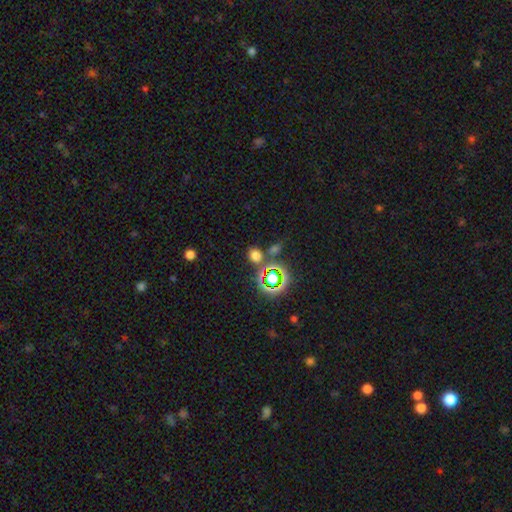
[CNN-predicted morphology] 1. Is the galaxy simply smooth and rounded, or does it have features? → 65% smooth, 28% star or artifact, 6% featured or disk.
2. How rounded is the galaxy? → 58% round, 40% in between, 2% cigar-shaped.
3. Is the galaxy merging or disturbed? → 73% none, 14% merger, 9% minor disturbance, 4% major disturbance.